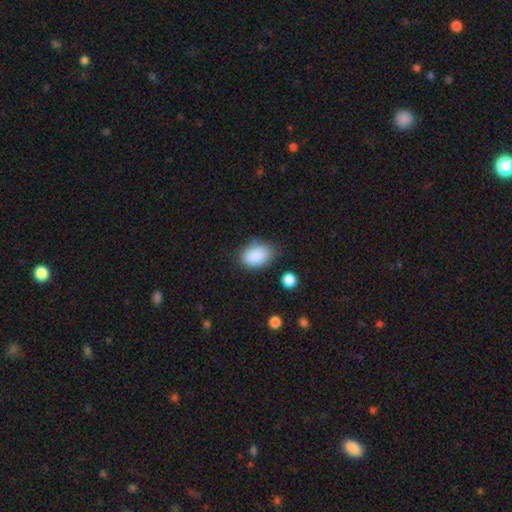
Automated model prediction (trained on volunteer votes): Smooth or featured? smooth (89%)
How rounded? in between (86%)
Merging? none (75%)